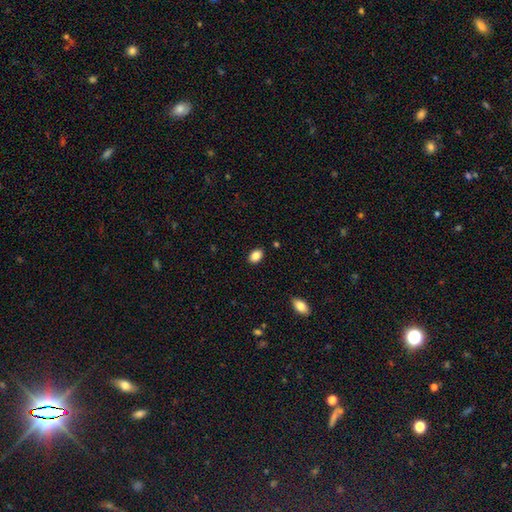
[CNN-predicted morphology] Smooth or featured: smooth — 87% (star or artifact — 9%)
How rounded: in between — 80% (round — 19%)
Merging: none — 88% (minor disturbance — 9%)